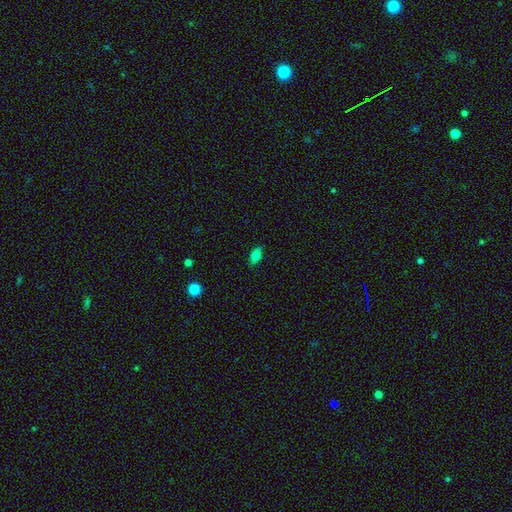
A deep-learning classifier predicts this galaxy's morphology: smooth_or_featured: smooth (p=0.78) [alt: featured or disk p=0.12]
how_rounded: in between (p=0.85) [alt: round p=0.08]
merging: none (p=0.85) [alt: minor disturbance p=0.12]